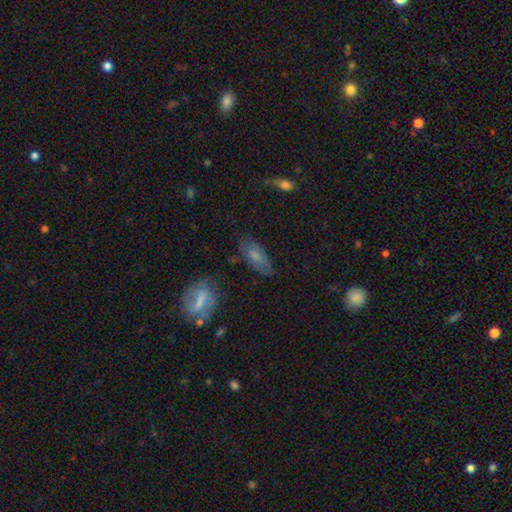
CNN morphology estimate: This appears to be a smooth galaxy with no disk features (61%) that is in between round and cigar-shaped (80%). Merging: none (69%).